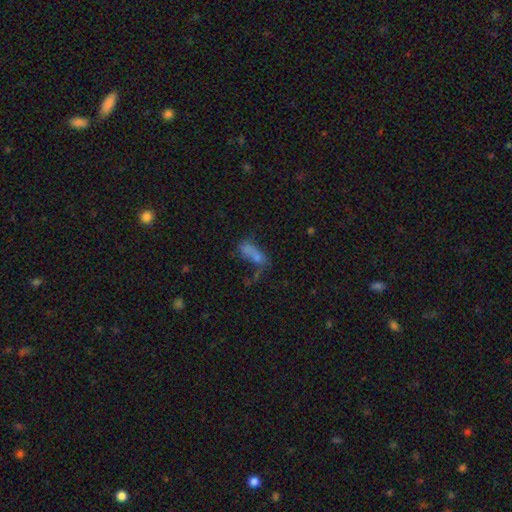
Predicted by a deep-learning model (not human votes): smooth-or-featured: smooth: 61% | featured or disk: 22% | star or artifact: 17%
  how-rounded: in between: 68% | cigar-shaped: 25% | round: 7%
  merging: merger: 38% | none: 28% | major disturbance: 20% | minor disturbance: 15%